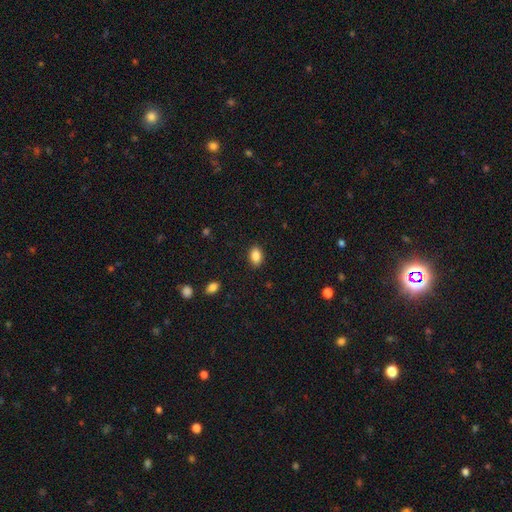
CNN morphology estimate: Overall: smooth (87%). How rounded: in between (85%). Merging: none (88%).